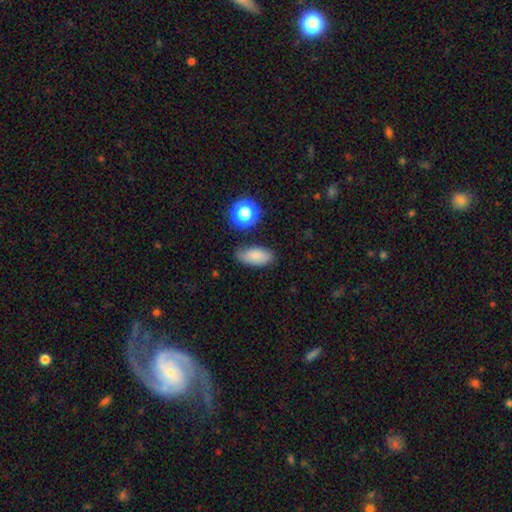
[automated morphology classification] type=smooth (80%); roundness=in between (87%); merging=none (73%).